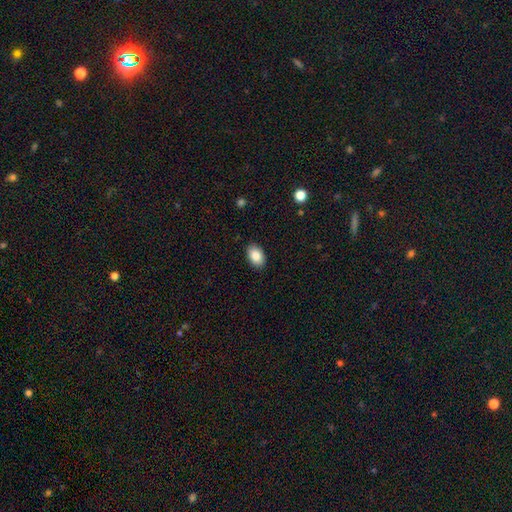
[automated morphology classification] This appears to be a smooth galaxy with no disk features (86%) that is in between round and cigar-shaped (88%). Merging: none (89%).